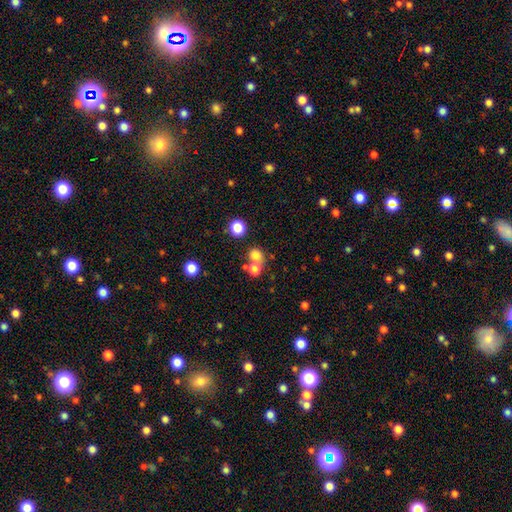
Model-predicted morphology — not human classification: Overall: smooth (76%). How rounded: round (79%). Merging: none (55%; merger 33%).